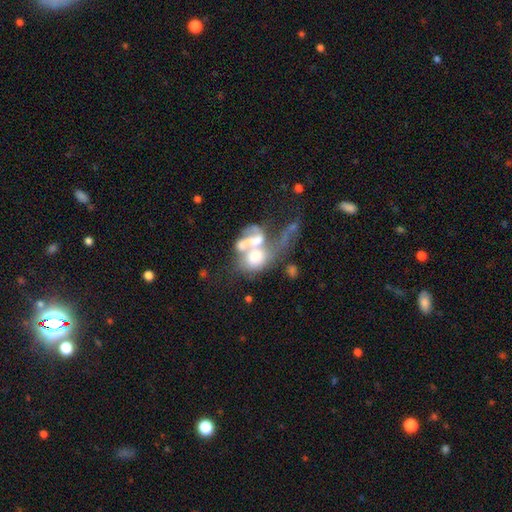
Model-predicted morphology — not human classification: A featured or disk galaxy (50%).

Vote fractions:
- Smooth or featured? featured or disk: 50% / smooth: 38% / star or artifact: 12%
- Edge-on disk? no: 96% / yes: 4%
- Merging? merger: 64% / major disturbance: 22% / none: 9% / minor disturbance: 5%